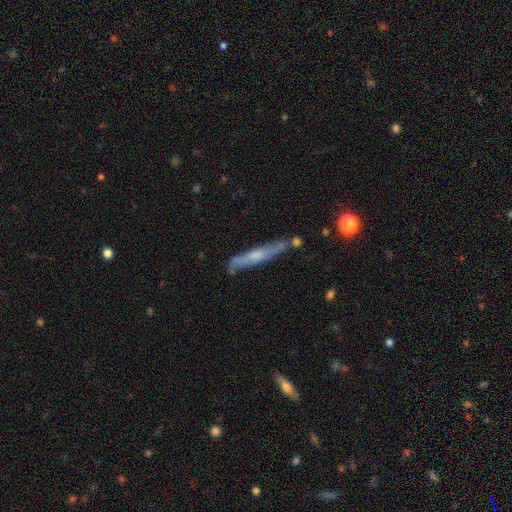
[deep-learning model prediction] Overall: featured or disk (56%; smooth 37%). Edge-on disk: yes (87%). Merging: none (72%).